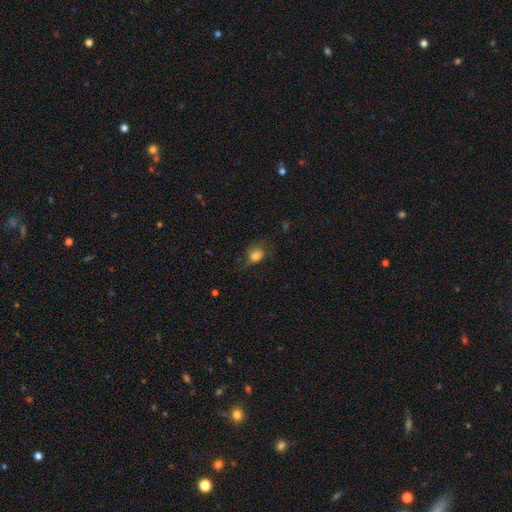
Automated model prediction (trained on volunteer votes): smooth_or_featured: smooth (p=0.79) [alt: star or artifact p=0.11]
how_rounded: round (p=0.57) [alt: in between p=0.42]
merging: none (p=0.57) [alt: minor disturbance p=0.27]